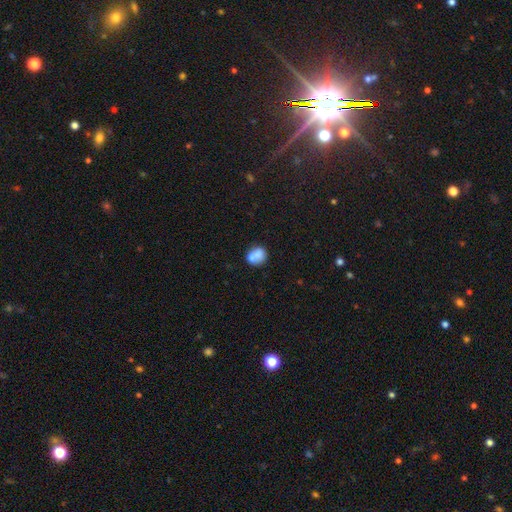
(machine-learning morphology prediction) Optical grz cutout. It shows a smooth galaxy with no disk features (75%) that is round (72%). Merging: none (45%).